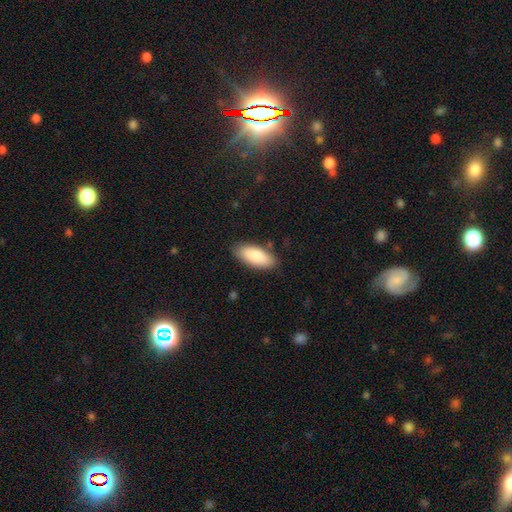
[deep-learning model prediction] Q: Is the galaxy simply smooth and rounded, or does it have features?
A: smooth — 88%.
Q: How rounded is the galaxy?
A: in between — 86%.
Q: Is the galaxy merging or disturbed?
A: none — 83%.